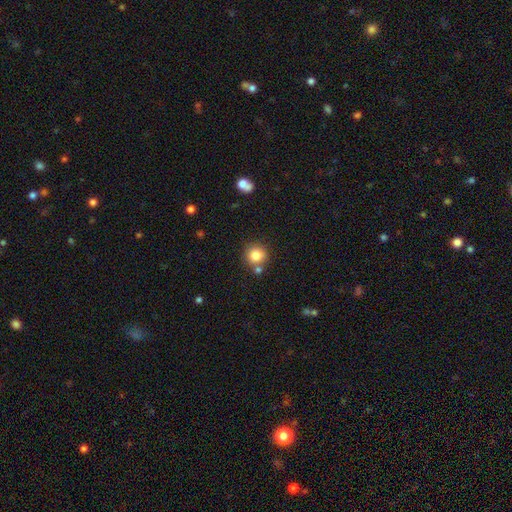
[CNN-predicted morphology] Smooth or featured? smooth (82%)
How rounded? round (91%)
Merging? none (74%)